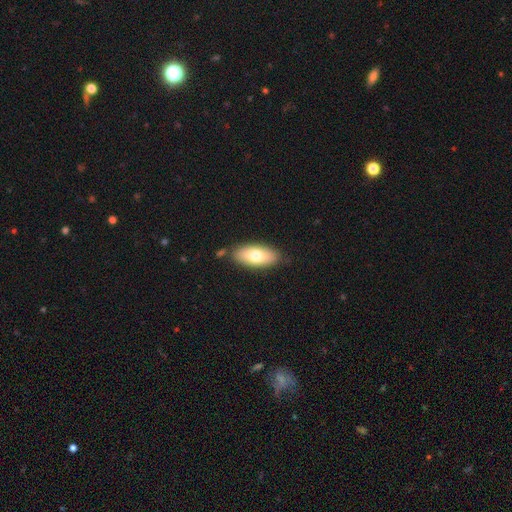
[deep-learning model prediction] The model was most divided on "smooth or featured": smooth: 73%, featured or disk: 21%, star or artifact: 6%. More confident: how rounded — in between (87%); merging — none (82%).